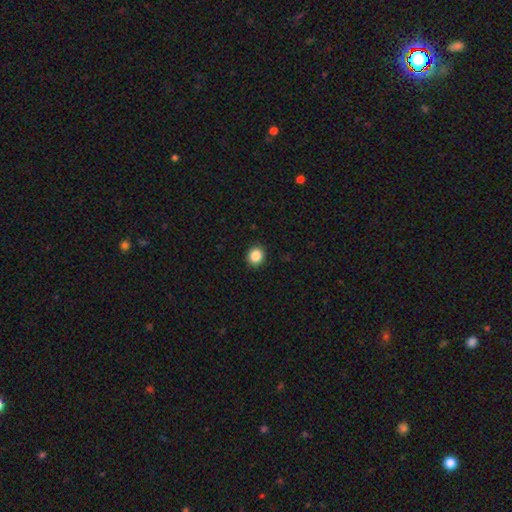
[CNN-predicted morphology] smooth-or-featured: smooth: 87% | star or artifact: 10% | featured or disk: 4%
  how-rounded: round: 85% | in between: 14% | cigar-shaped: 1%
  merging: none: 92% | minor disturbance: 5% | major disturbance: 2% | merger: 1%